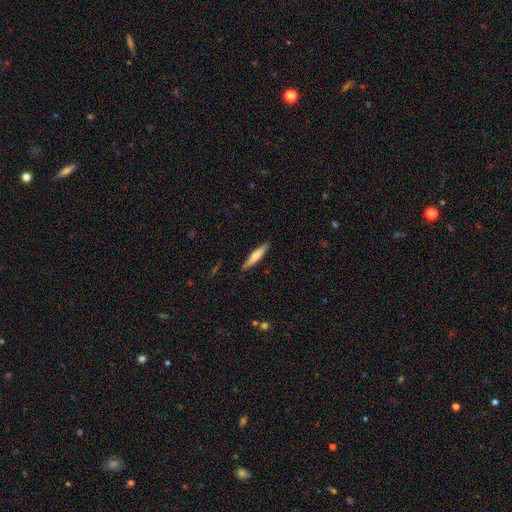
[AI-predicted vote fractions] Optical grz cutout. It shows a smooth galaxy with no disk features (67%) that is cigar-shaped (87%). Merging: none (88%).